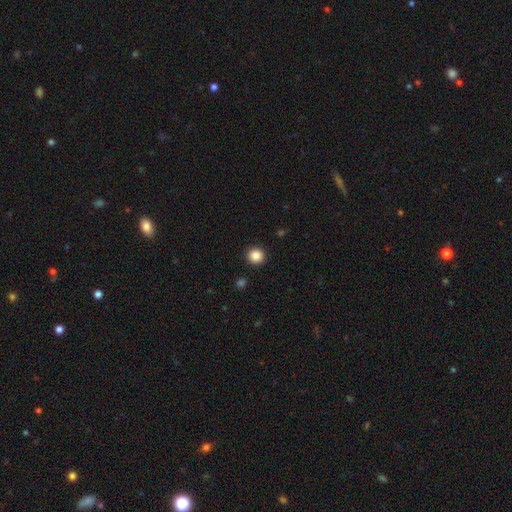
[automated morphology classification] Smooth or featured: smooth — 87% (star or artifact — 10%)
How rounded: round — 94% (in between — 5%)
Merging: none — 92% (minor disturbance — 5%)